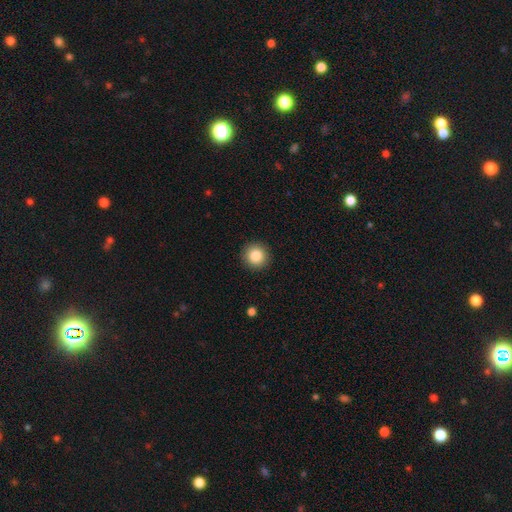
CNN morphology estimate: Smooth or featured?
  - smooth: 85% *
  - star or artifact: 9%
  - featured or disk: 6%
How rounded?
  - round: 94% *
  - in between: 5%
  - cigar-shaped: 1%
Merging?
  - none: 92% *
  - minor disturbance: 5%
  - major disturbance: 2%
  - merger: 1%